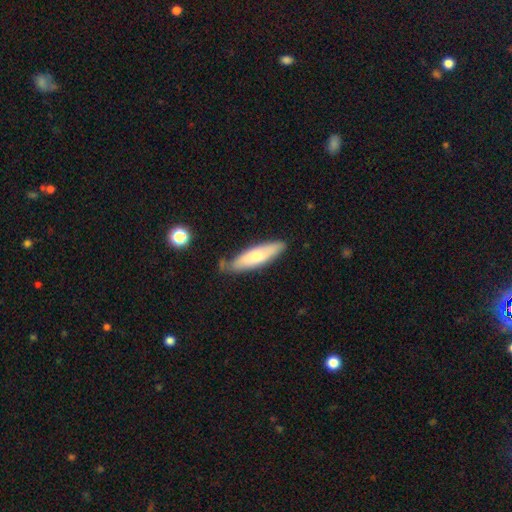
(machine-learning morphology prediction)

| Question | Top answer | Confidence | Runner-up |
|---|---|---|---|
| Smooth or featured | smooth | 67% | featured or disk (28%) |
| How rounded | cigar-shaped | 66% | in between (32%) |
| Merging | none | 73% | minor disturbance (19%) |